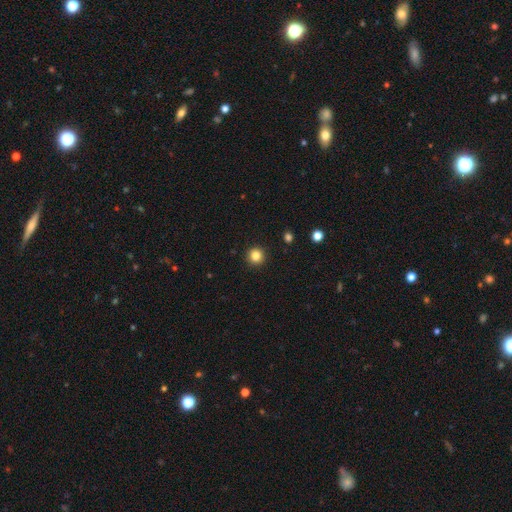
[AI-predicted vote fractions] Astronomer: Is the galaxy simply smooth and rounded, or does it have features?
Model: smooth — 84%.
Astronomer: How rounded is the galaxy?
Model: round — 95%.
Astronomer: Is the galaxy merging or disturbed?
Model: none — 93%.